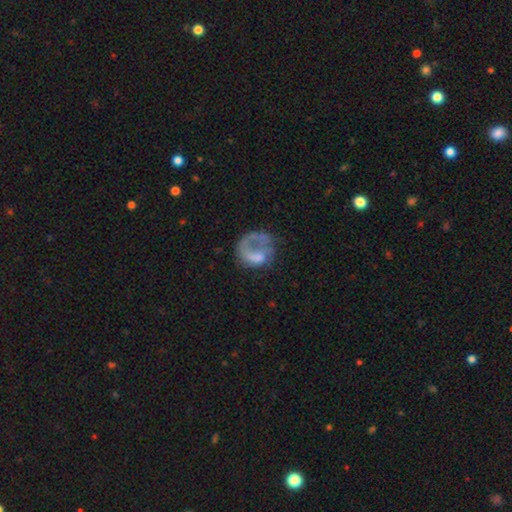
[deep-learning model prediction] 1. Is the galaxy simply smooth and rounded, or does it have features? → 54% featured or disk, 37% smooth, 9% star or artifact.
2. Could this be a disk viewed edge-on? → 98% no, 2% yes.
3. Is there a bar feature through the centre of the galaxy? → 77% no, 18% weak, 4% strong.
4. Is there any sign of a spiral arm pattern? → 50% no (tied), 50% yes (tied).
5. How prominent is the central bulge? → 49% none, 23% moderate, 18% small, 8% large, 2% dominant.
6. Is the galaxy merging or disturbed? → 45% major disturbance, 34% none, 15% minor disturbance, 6% merger.